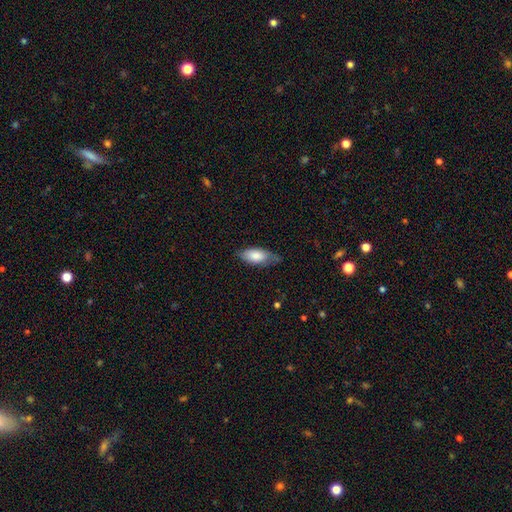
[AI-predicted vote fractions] The model was most divided on "merging": none: 64%, minor disturbance: 29%, major disturbance: 6%, merger: 1%. More confident: how rounded — in between (85%); smooth or featured — smooth (79%).